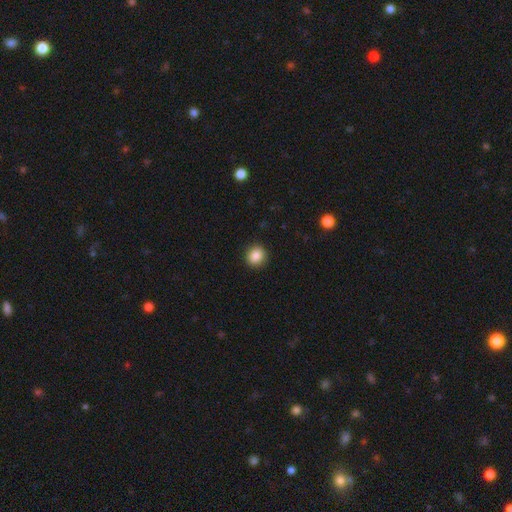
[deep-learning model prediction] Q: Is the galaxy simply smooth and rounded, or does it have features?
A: smooth — 87%.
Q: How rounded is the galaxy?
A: round — 86%.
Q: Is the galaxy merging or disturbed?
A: none — 91%.